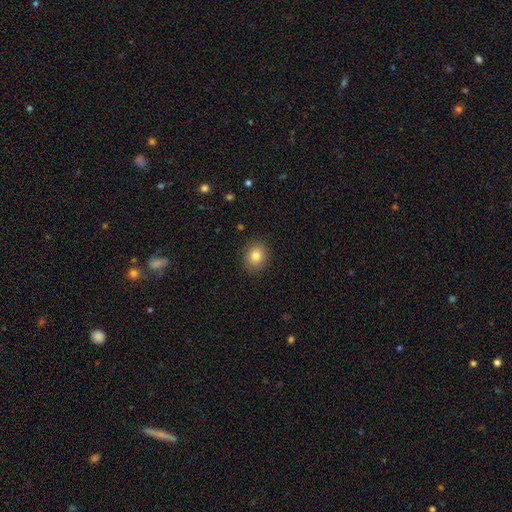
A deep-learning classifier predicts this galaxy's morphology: Overall: smooth (82%). How rounded: round (66%; in between 33%). Merging: none (88%).